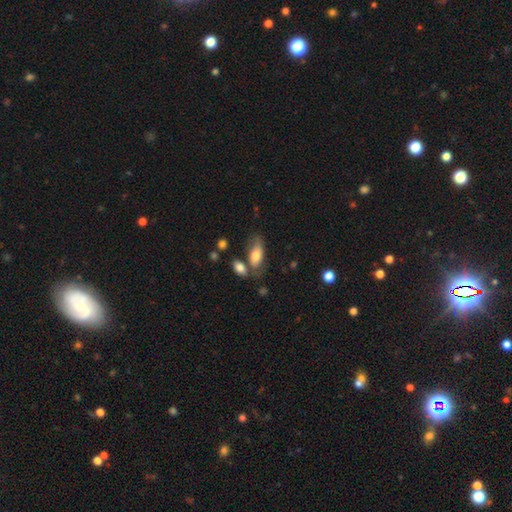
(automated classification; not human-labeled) Smooth or featured? smooth (76%)
How rounded? in between (88%)
Merging? none (53%)